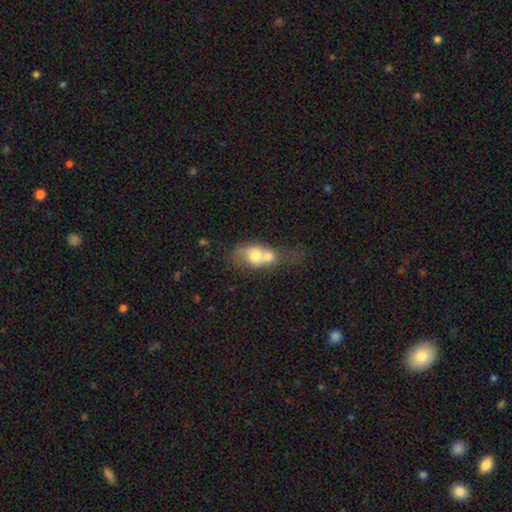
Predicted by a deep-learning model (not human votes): This is likely a smooth galaxy (63%). How rounded: possibly in between (56%). Merging: likely merger (71%).